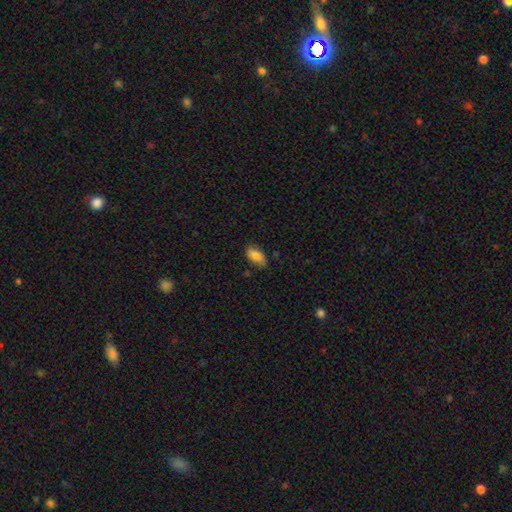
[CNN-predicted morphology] The model was most divided on "merging": none: 79%, minor disturbance: 16%, major disturbance: 3%, merger: 2%. More confident: how rounded — in between (92%); smooth or featured — smooth (84%).